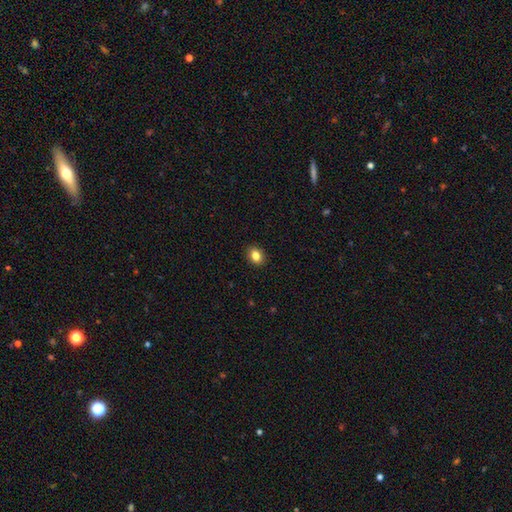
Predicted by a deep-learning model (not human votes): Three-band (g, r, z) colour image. It shows a smooth galaxy with no disk features (84%) that is in between round and cigar-shaped (62%). Merging: none (90%).